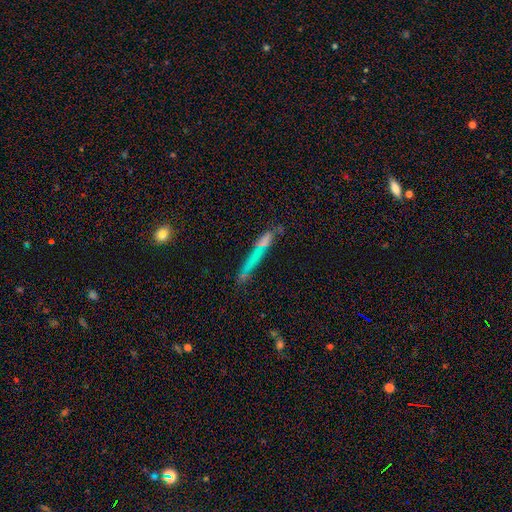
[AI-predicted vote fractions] The model was most divided on "smooth or featured": smooth: 47%, featured or disk: 38%, star or artifact: 15%. More confident: merging — none (54%).